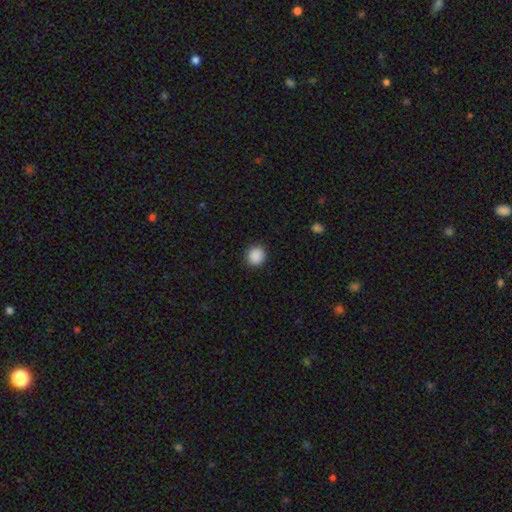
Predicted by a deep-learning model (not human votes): Smooth or featured? Predicted: smooth (p=0.89). How rounded? Predicted: round (p=0.90). Merging? Predicted: none (p=0.91).